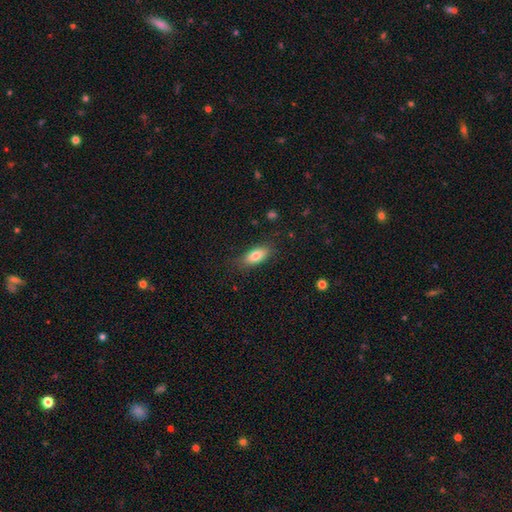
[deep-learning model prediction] The model was most divided on "merging": none: 81%, minor disturbance: 15%, major disturbance: 4%, merger: 1%. More confident: how rounded — in between (86%); smooth or featured — smooth (82%).